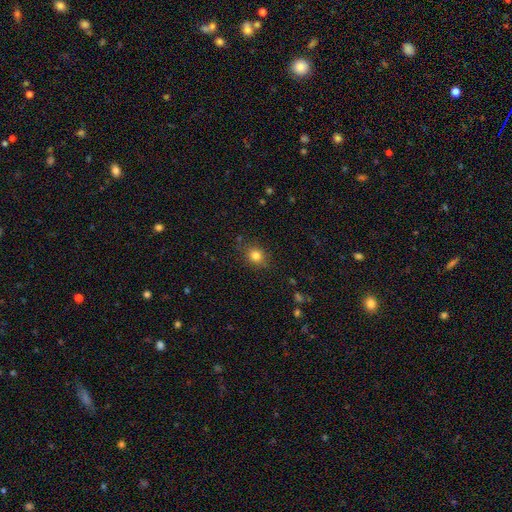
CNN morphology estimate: This appears to be a smooth galaxy with no disk features (82%) that is round (66%). Merging: none (83%).